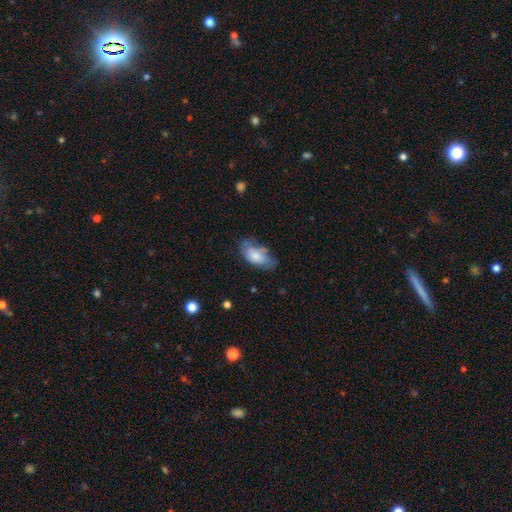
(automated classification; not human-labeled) Q: Smooth or featured?
A: smooth (73%); runner-up: featured or disk (20%)
Q: How rounded?
A: in between (92%); runner-up: round (4%)
Q: Merging?
A: none (50%); runner-up: minor disturbance (33%)